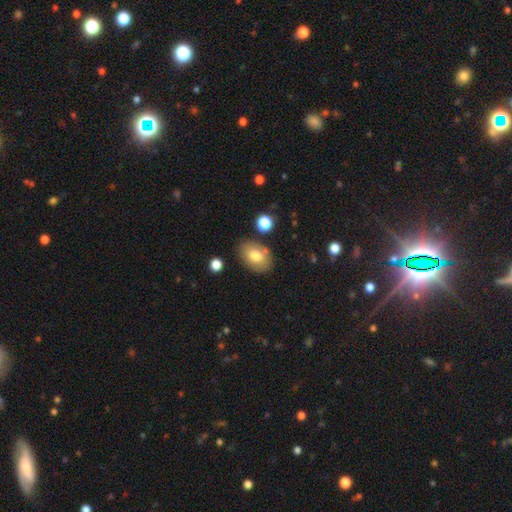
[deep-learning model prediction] This appears to be a smooth galaxy with no disk features (75%) that is in between round and cigar-shaped (84%). Merging: none (76%).